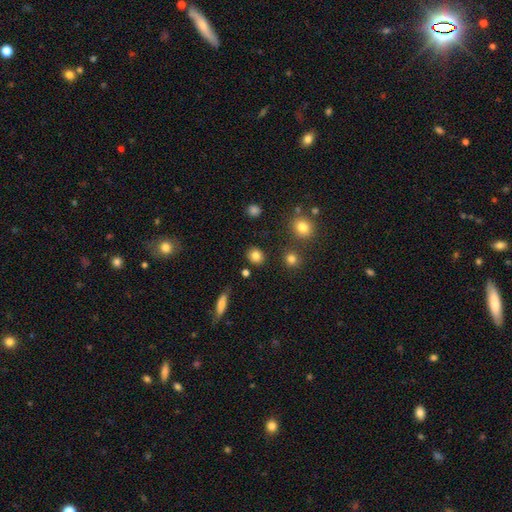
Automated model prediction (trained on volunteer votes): The model was most divided on "how rounded": round: 74%, in between: 25%, cigar-shaped: 1%. More confident: merging — none (86%); smooth or featured — smooth (83%).